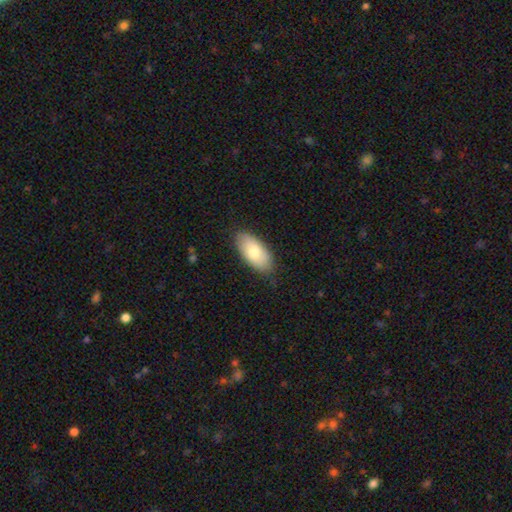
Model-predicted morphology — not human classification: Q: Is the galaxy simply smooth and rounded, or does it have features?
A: smooth — 75%.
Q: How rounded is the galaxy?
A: in between — 93%.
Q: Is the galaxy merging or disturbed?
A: none — 80%.